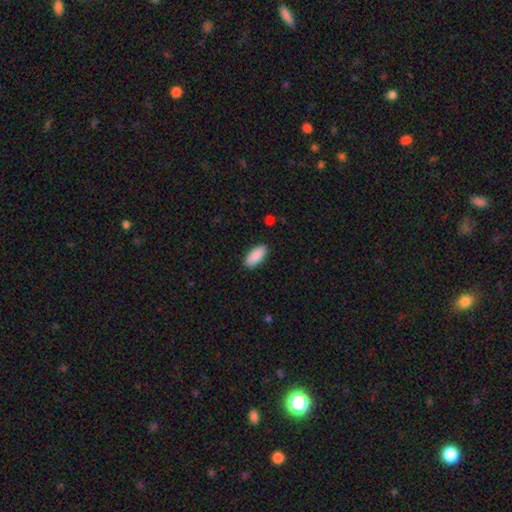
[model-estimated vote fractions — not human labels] Q: Smooth or featured?
A: smooth (91%); runner-up: star or artifact (6%)
Q: How rounded?
A: in between (89%); runner-up: cigar-shaped (9%)
Q: Merging?
A: none (89%); runner-up: minor disturbance (8%)